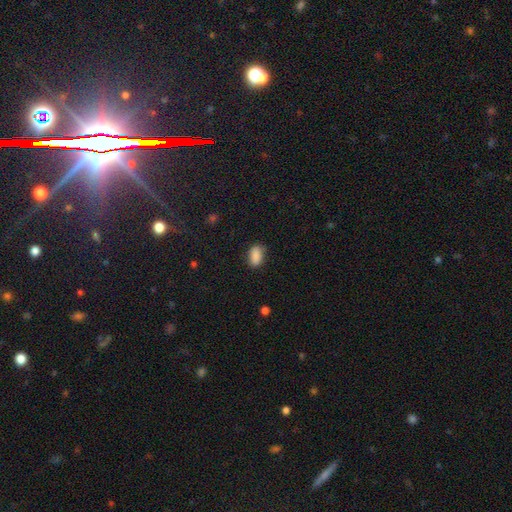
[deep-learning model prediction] This is clearly a smooth galaxy (88%). How rounded: clearly in between (90%). Merging: clearly none (81%).